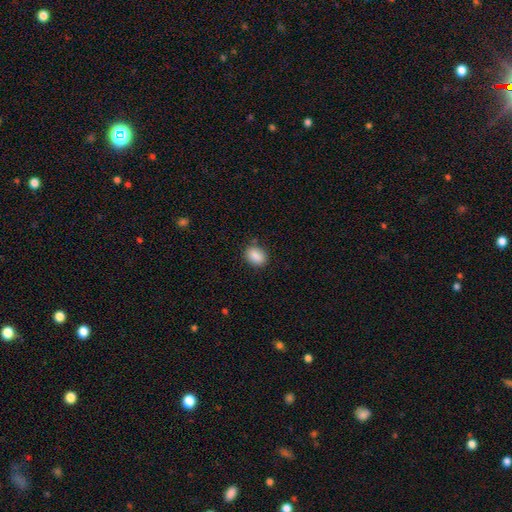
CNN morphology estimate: Q: Smooth or featured?
A: smooth (88%); runner-up: star or artifact (8%)
Q: How rounded?
A: in between (69%); runner-up: round (29%)
Q: Merging?
A: none (82%); runner-up: minor disturbance (13%)